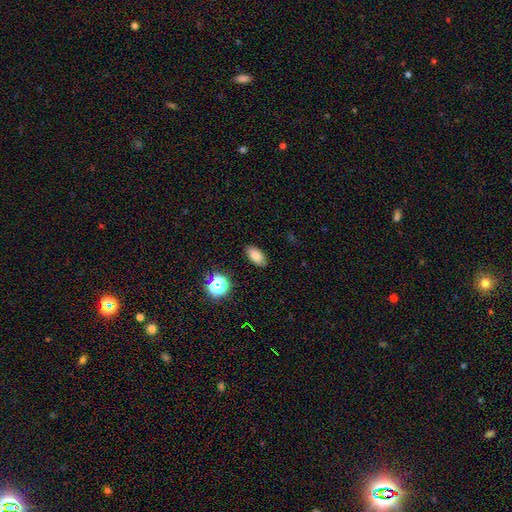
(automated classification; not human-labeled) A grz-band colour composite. It shows a smooth galaxy with no disk features (80%) that is in between round and cigar-shaped (91%). Merging: none (87%).